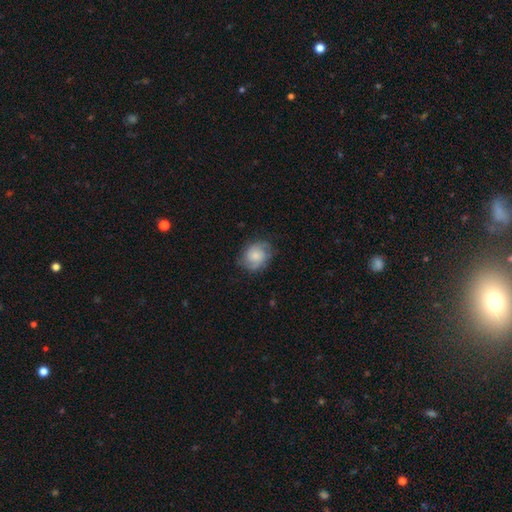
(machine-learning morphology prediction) smooth-or-featured: featured or disk: 51% | smooth: 41% | star or artifact: 8%
  disk-edge-on: no: 98% | yes: 2%
  merging: none: 72% | minor disturbance: 19% | major disturbance: 7% | merger: 1%